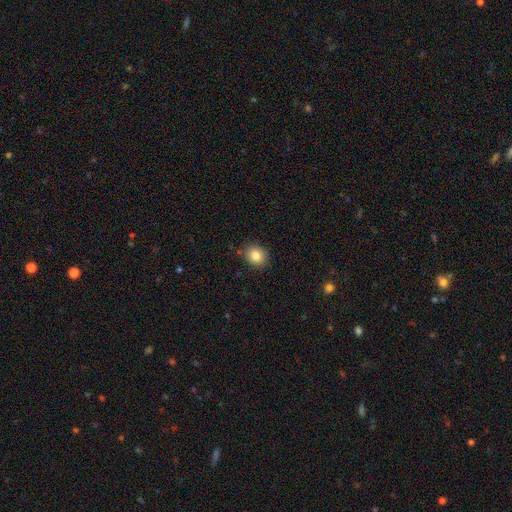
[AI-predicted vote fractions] Smooth or featured: smooth — 83% (star or artifact — 10%)
How rounded: round — 80% (in between — 19%)
Merging: none — 84% (minor disturbance — 11%)